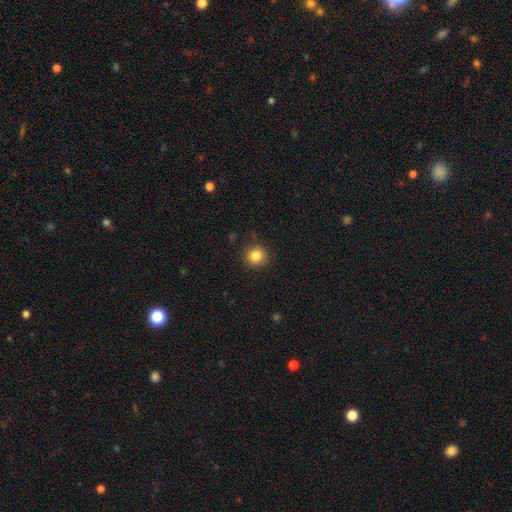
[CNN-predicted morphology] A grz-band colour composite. It shows a smooth galaxy with no disk features (84%) that is round (91%). Merging: none (89%).